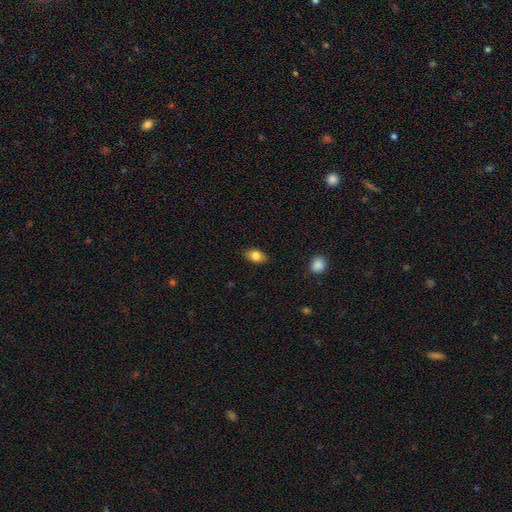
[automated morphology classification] A smooth galaxy with no disk features (82%) that is in between round and cigar-shaped (87%).

Vote fractions:
- Smooth or featured? smooth: 82% / featured or disk: 10% / star or artifact: 8%
- How rounded? in between: 87% / round: 11% / cigar-shaped: 2%
- Merging? none: 85% / minor disturbance: 11% / major disturbance: 2% / merger: 1%